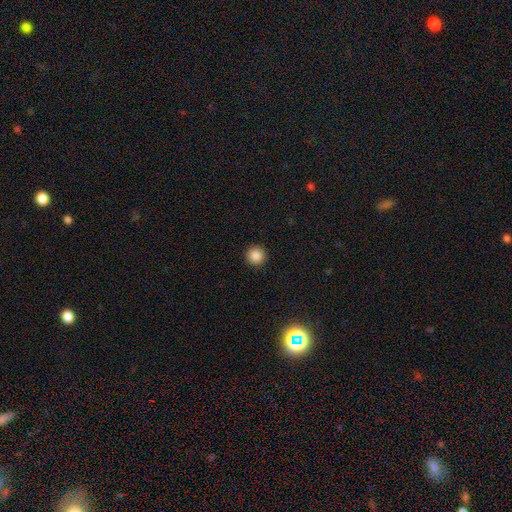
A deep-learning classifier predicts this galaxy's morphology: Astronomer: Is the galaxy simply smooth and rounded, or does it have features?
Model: smooth — 86%.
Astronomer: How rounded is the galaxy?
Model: round — 95%.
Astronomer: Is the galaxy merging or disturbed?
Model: none — 93%.